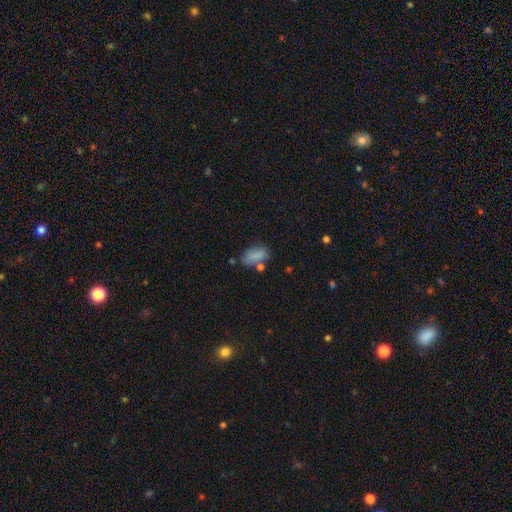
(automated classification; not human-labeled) smooth_or_featured: smooth (p=0.79) [alt: featured or disk p=0.11]
how_rounded: in between (p=0.88) [alt: cigar-shaped p=0.06]
merging: none (p=0.54) [alt: minor disturbance p=0.23]